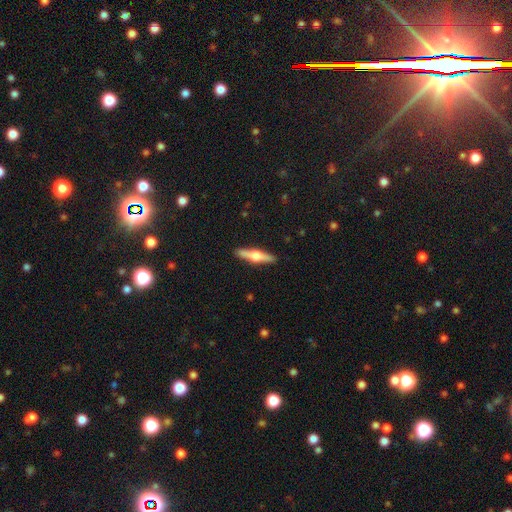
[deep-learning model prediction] Smooth or featured? featured or disk (61%)
Edge-on disk? yes (97%)
Edge-on bulge? rounded (92%)
Merging? none (91%)